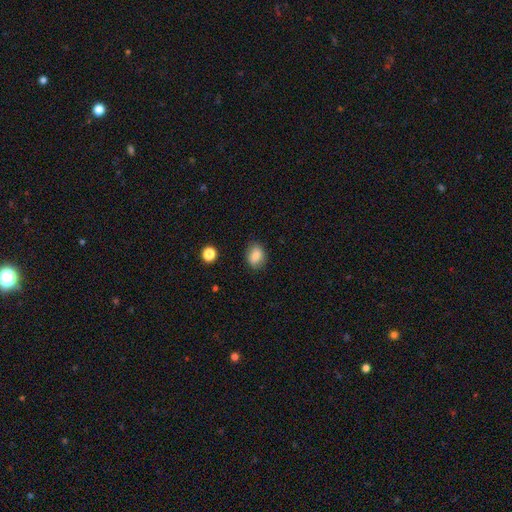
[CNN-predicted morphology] smooth 84%, star or artifact 9%, featured or disk 7%. Down the decision tree: how rounded — in between (65%); merging — none (79%).